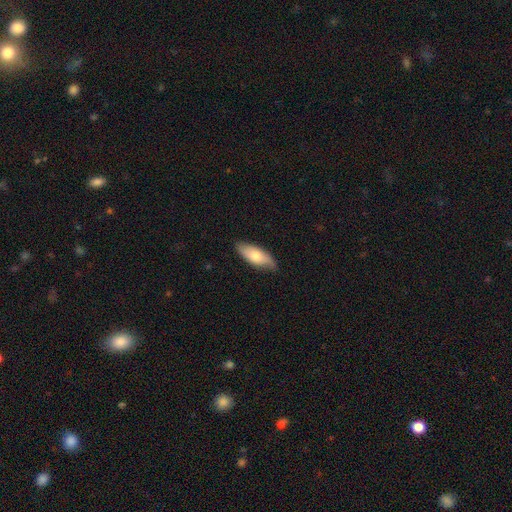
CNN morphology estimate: Q: Smooth or featured?
A: smooth (68%); runner-up: featured or disk (27%)
Q: How rounded?
A: in between (75%); runner-up: cigar-shaped (23%)
Q: Merging?
A: none (79%); runner-up: minor disturbance (17%)